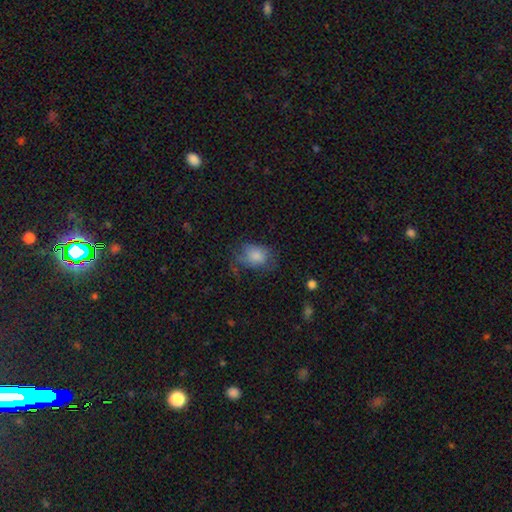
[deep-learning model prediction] Smooth or featured?
  - smooth: 77% *
  - featured or disk: 14%
  - star or artifact: 9%
How rounded?
  - in between: 67% *
  - round: 31%
  - cigar-shaped: 1%
Merging?
  - none: 47% *
  - minor disturbance: 29%
  - major disturbance: 21%
  - merger: 3%